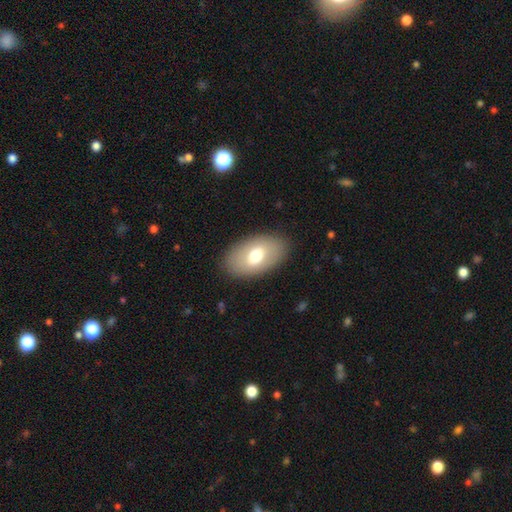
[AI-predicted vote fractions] Smooth or featured?
  - smooth: 68% *
  - featured or disk: 25%
  - star or artifact: 7%
How rounded?
  - in between: 93% *
  - round: 5%
  - cigar-shaped: 1%
Merging?
  - none: 86% *
  - minor disturbance: 10%
  - major disturbance: 3%
  - merger: 1%